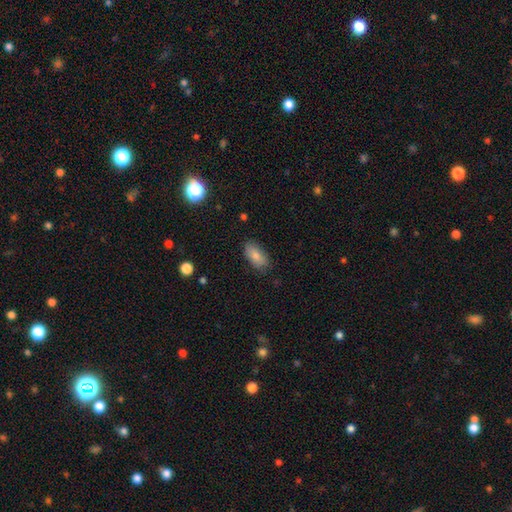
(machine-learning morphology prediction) Q: Smooth or featured?
A: smooth (83%); runner-up: featured or disk (10%)
Q: How rounded?
A: in between (91%); runner-up: cigar-shaped (6%)
Q: Merging?
A: none (81%); runner-up: minor disturbance (15%)